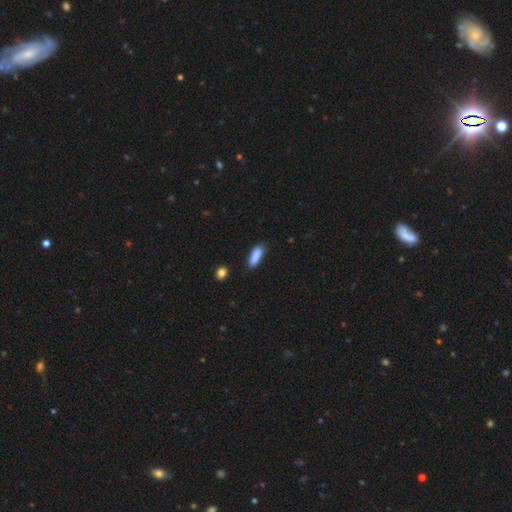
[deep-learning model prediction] This is clearly a smooth galaxy (87%). How rounded: likely in between (60%). Merging: likely none (74%).